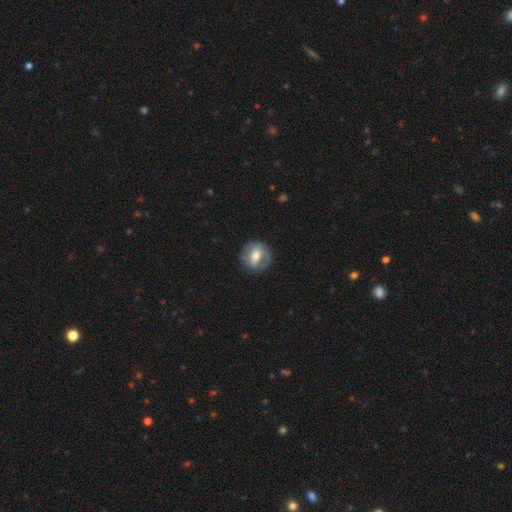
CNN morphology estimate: Overall: featured or disk (56%; smooth 38%). Edge-on disk: no (94%). Bar: weak (40%; strong 37%). Spiral arms: yes (56%; no 44%). Bulge size: moderate (66%). Merging: none (79%).